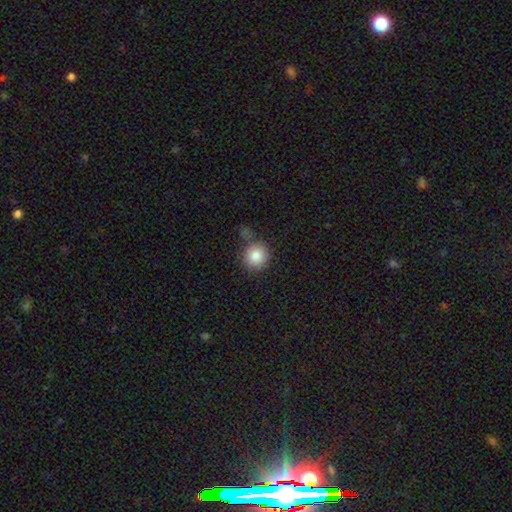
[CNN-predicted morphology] Smooth or featured?
  - smooth: 85% *
  - star or artifact: 9%
  - featured or disk: 6%
How rounded?
  - round: 89% *
  - in between: 10%
  - cigar-shaped: 1%
Merging?
  - none: 69% *
  - minor disturbance: 15%
  - merger: 11%
  - major disturbance: 5%